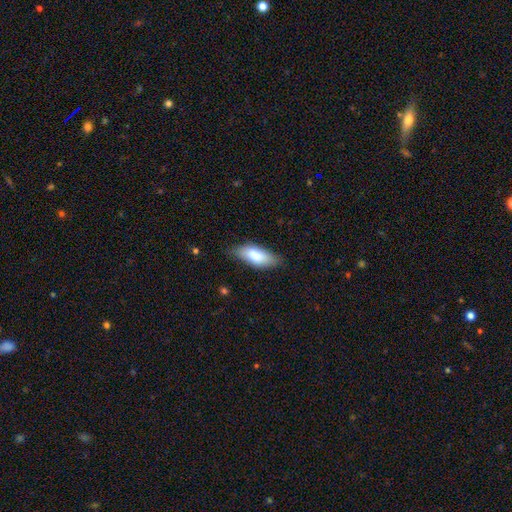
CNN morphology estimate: A smooth galaxy with no disk features (85%) that is in between round and cigar-shaped (79%).

Vote fractions:
- Smooth or featured? smooth: 85% / featured or disk: 10% / star or artifact: 6%
- How rounded? in between: 79% / cigar-shaped: 19% / round: 2%
- Merging? none: 74% / minor disturbance: 21% / major disturbance: 4% / merger: 1%